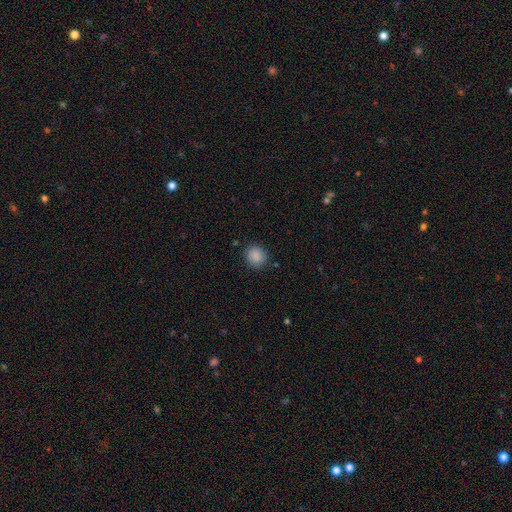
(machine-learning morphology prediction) This appears to be a smooth galaxy with no disk features (88%) that is round (84%). Merging: none (87%).